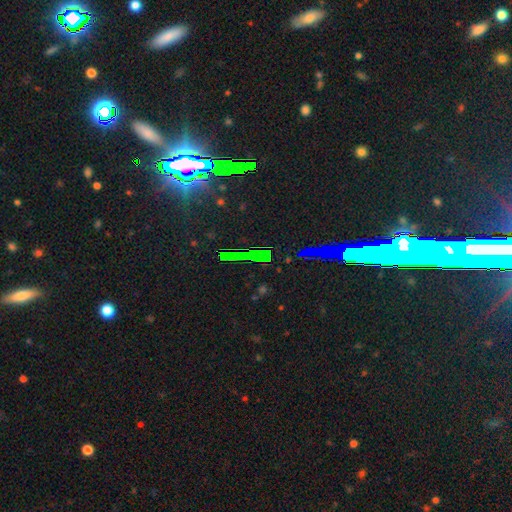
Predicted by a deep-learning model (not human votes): A star or artifact, not a galaxy (76%).